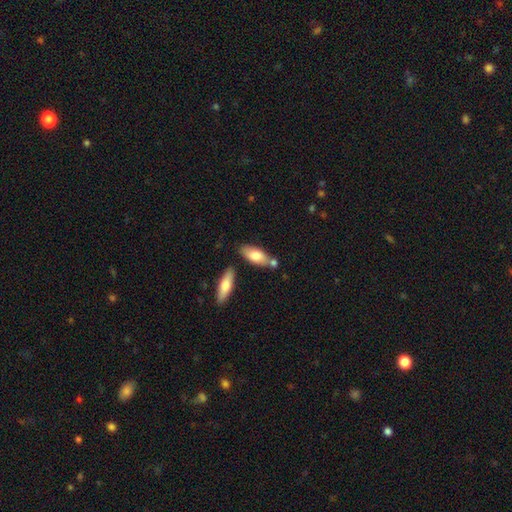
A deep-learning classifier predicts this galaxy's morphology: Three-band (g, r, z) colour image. It shows a smooth galaxy with no disk features (74%) that is in between round and cigar-shaped (74%). Merging: none (62%).